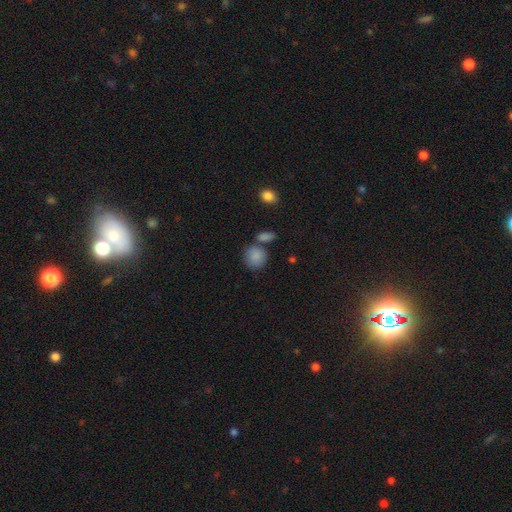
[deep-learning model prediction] Smooth or featured? smooth (86%)
How rounded? round (77%)
Merging? none (62%)